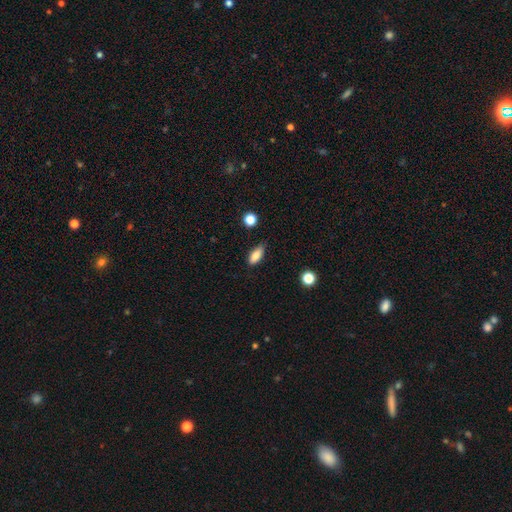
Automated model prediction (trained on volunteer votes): A smooth galaxy with no disk features (85%) that is in between round and cigar-shaped (79%).

Vote fractions:
- Smooth or featured? smooth: 85% / star or artifact: 8% / featured or disk: 7%
- How rounded? in between: 79% / cigar-shaped: 17% / round: 4%
- Merging? none: 72% / minor disturbance: 23% / major disturbance: 4% / merger: 2%